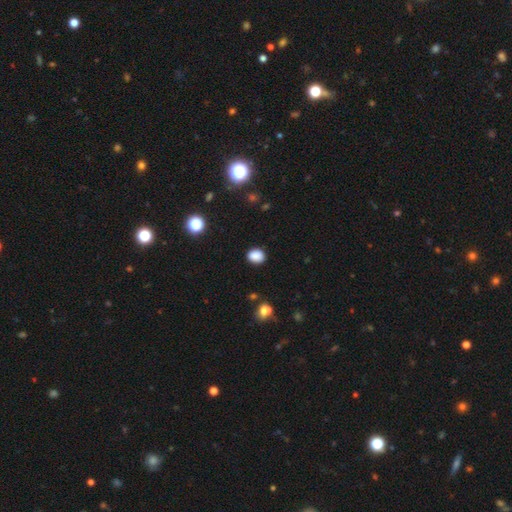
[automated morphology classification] smooth_or_featured: smooth (p=0.86) [alt: star or artifact p=0.10]
how_rounded: round (p=0.56) [alt: in between p=0.43]
merging: none (p=0.87) [alt: minor disturbance p=0.09]